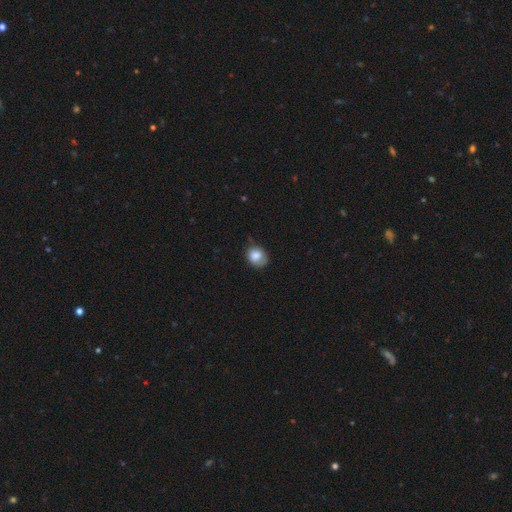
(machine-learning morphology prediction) The model was most divided on "merging": none: 54%, minor disturbance: 33%, major disturbance: 10%, merger: 3%. More confident: smooth or featured — smooth (76%); how rounded — round (63%).